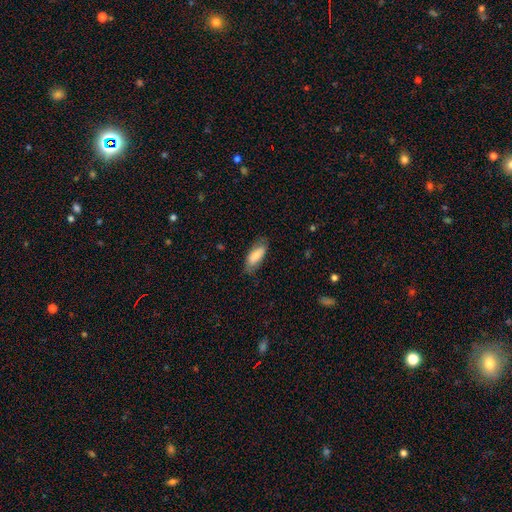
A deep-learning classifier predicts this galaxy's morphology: Smooth or featured: smooth — 81% (featured or disk — 13%)
How rounded: in between — 77% (cigar-shaped — 21%)
Merging: none — 71% (minor disturbance — 22%)